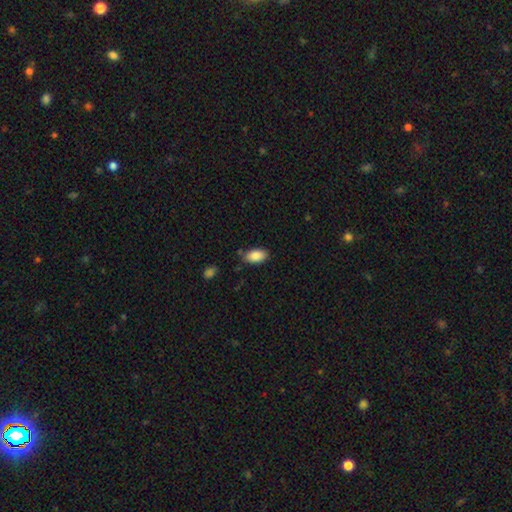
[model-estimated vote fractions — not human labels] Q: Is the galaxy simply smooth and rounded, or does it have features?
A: smooth — 87%.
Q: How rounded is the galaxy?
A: in between — 93%.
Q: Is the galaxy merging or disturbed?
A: none — 80%.